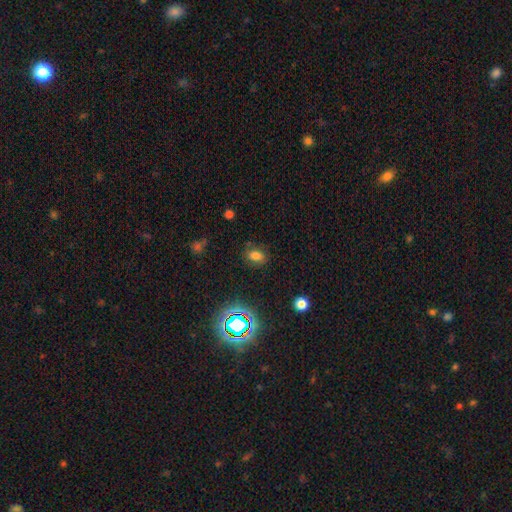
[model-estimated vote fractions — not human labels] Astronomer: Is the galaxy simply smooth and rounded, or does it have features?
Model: smooth — 71%.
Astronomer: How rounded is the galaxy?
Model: in between — 76%.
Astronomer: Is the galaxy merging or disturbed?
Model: none — 80%.